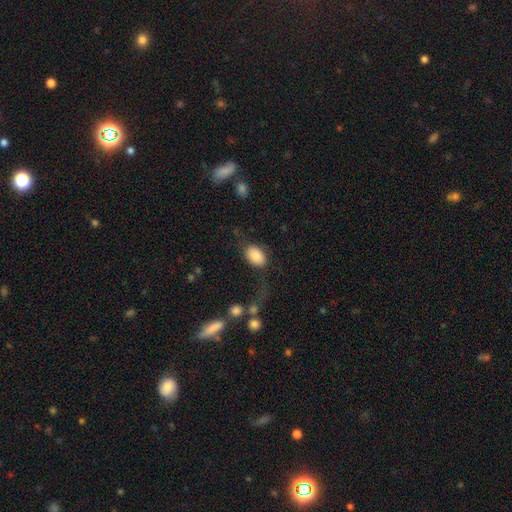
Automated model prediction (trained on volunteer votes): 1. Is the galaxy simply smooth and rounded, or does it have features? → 86% smooth, 7% featured or disk, 7% star or artifact.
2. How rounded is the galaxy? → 88% in between, 11% round, 1% cigar-shaped.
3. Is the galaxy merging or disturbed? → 65% none, 17% minor disturbance, 14% major disturbance, 4% merger.